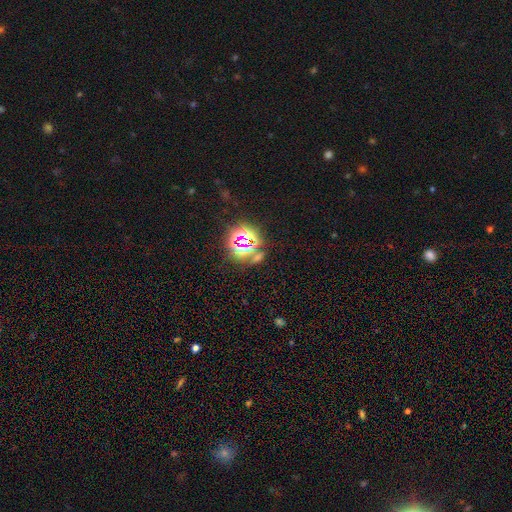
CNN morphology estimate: Q: Smooth or featured?
A: star or artifact (74%); runner-up: smooth (17%)